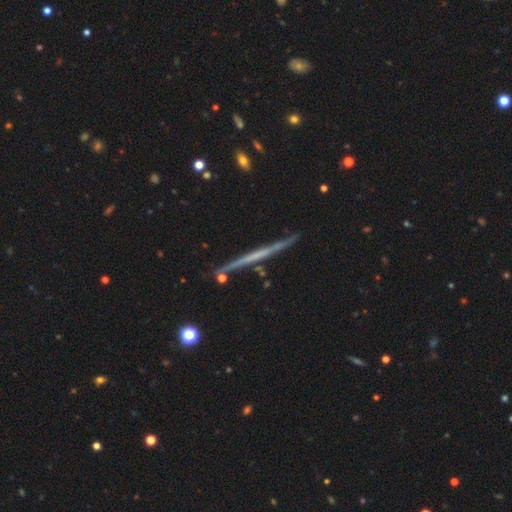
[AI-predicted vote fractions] smooth_or_featured: featured or disk (p=0.65) [alt: smooth p=0.29]
disk_edge_on: yes (p=0.98) [alt: no p=0.02]
edge_on_bulge: none (p=0.89) [alt: rounded p=0.07]
merging: none (p=0.87) [alt: minor disturbance p=0.09]